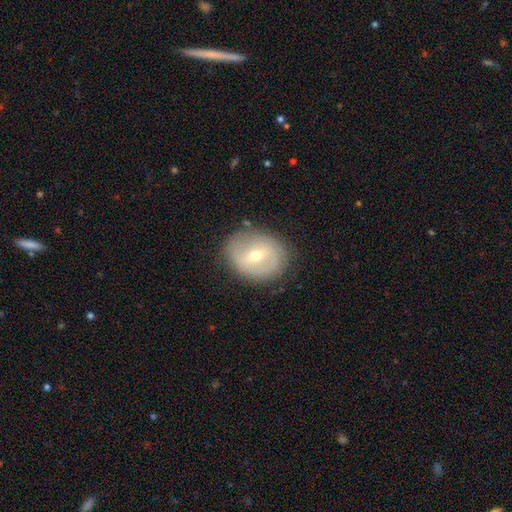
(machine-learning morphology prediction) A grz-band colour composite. It shows a featured or disk galaxy (58%) with a weak bar (50%), no spiral arms (55%) and a moderate central bulge (56%). Merging: none (80%).